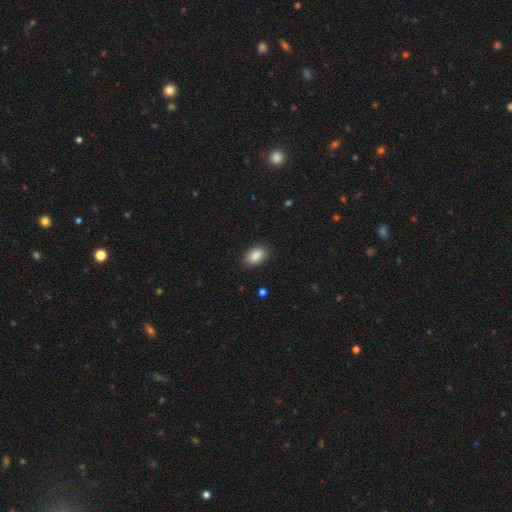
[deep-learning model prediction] This appears to be a smooth galaxy with no disk features (88%) that is in between round and cigar-shaped (89%). Merging: none (88%).